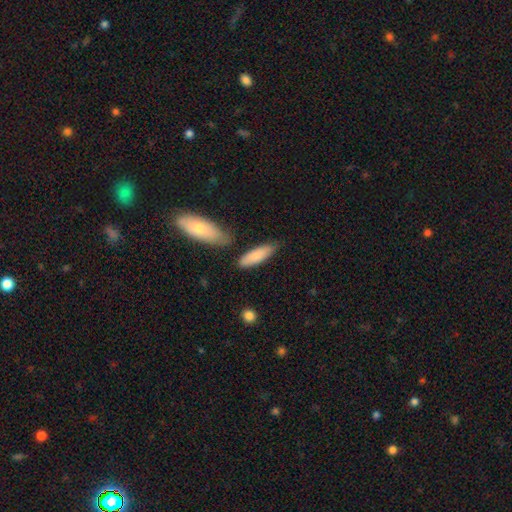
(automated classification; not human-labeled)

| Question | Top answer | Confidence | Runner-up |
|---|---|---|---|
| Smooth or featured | smooth | 83% | featured or disk (11%) |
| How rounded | in between | 50% | cigar-shaped (49%) |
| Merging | none | 71% | minor disturbance (17%) |